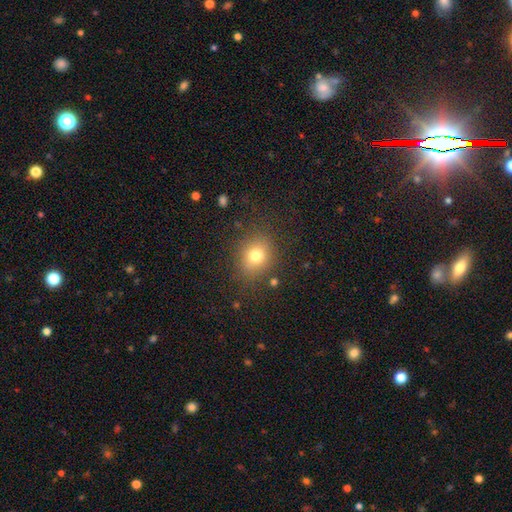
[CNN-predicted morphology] The model was most divided on "how rounded": round: 65%, in between: 34%, cigar-shaped: 1%. More confident: merging — none (81%); smooth or featured — smooth (75%).